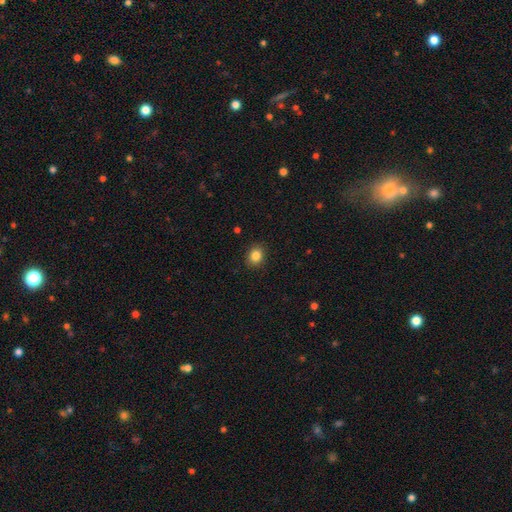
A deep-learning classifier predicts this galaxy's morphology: smooth-or-featured: smooth: 85% | star or artifact: 10% | featured or disk: 5%
  how-rounded: round: 60% | in between: 39% | cigar-shaped: 1%
  merging: none: 89% | minor disturbance: 8% | major disturbance: 2% | merger: 1%